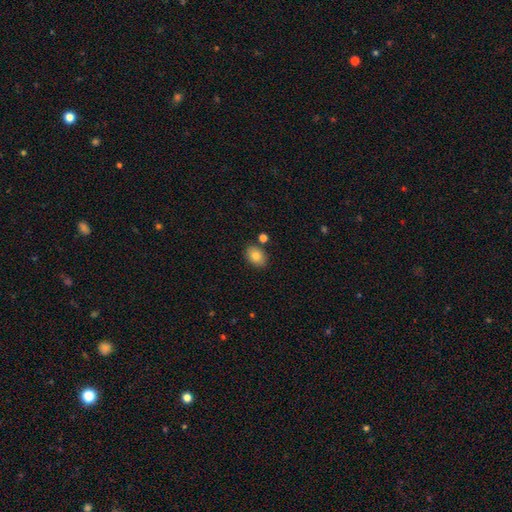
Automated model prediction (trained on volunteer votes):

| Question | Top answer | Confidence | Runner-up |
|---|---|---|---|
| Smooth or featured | smooth | 83% | featured or disk (9%) |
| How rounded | in between | 78% | round (21%) |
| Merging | none | 81% | minor disturbance (11%) |